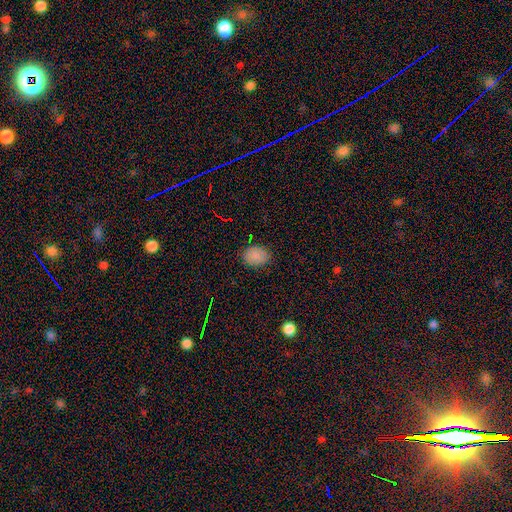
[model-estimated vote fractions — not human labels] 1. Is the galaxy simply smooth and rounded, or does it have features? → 85% smooth, 10% star or artifact, 5% featured or disk.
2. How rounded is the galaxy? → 67% in between, 32% round, 1% cigar-shaped.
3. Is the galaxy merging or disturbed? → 85% none, 11% minor disturbance, 2% major disturbance, 1% merger.